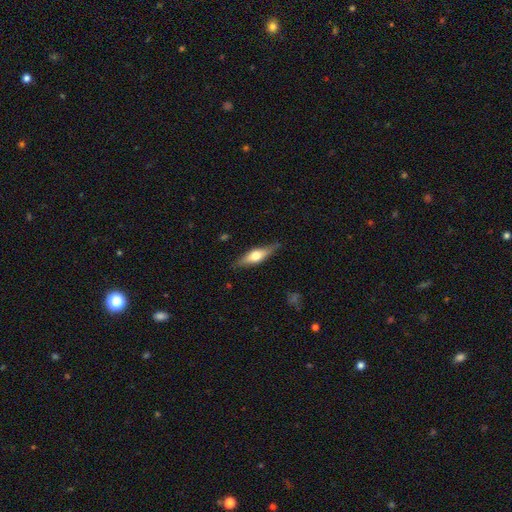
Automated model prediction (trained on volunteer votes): This is possibly a featured or disk galaxy (48%). Merging: clearly none (81%).